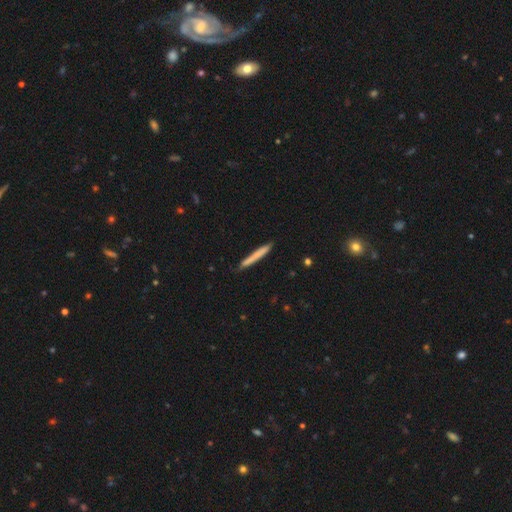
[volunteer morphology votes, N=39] Volunteers were most divided on "smooth or featured": smooth: 62%, featured or disk: 33%, star or artifact: 5%. More confident: how rounded — cigar-shaped (100%); merging — none (92%).